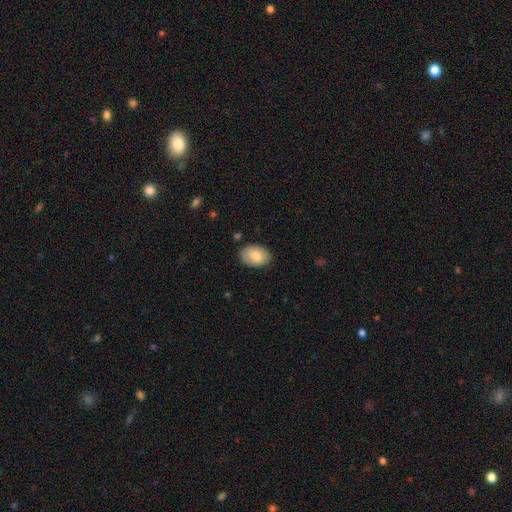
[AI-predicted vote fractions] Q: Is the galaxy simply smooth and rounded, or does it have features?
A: smooth — 81%.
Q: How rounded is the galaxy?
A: in between — 85%.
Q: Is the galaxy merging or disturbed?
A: none — 83%.